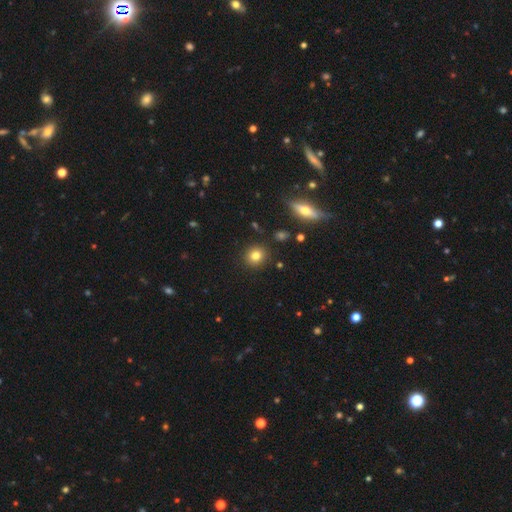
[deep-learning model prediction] smooth-or-featured: smooth: 81% | star or artifact: 11% | featured or disk: 8%
  how-rounded: round: 85% | in between: 14% | cigar-shaped: 1%
  merging: none: 89% | minor disturbance: 6% | merger: 2% | major disturbance: 2%